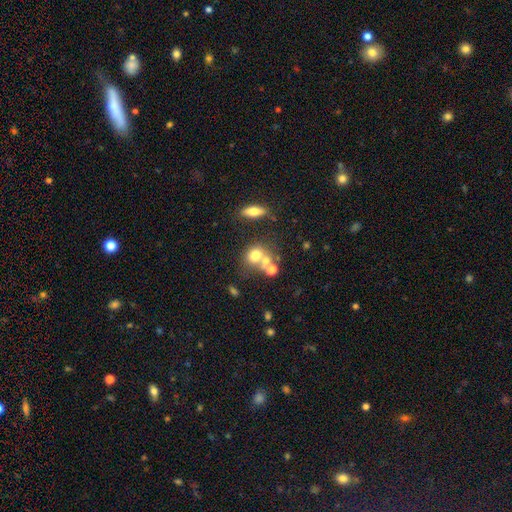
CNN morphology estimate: The model was most divided on "merging": merger: 47%, none: 35%, minor disturbance: 11%, major disturbance: 7%. More confident: smooth or featured — smooth (67%); how rounded — round (62%).